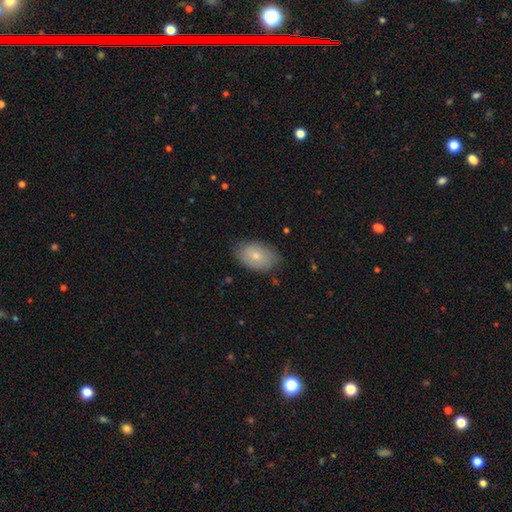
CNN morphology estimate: smooth-or-featured: smooth: 69% | featured or disk: 24% | star or artifact: 7%
  how-rounded: in between: 89% | round: 10% | cigar-shaped: 1%
  merging: none: 75% | minor disturbance: 20% | major disturbance: 4% | merger: 1%